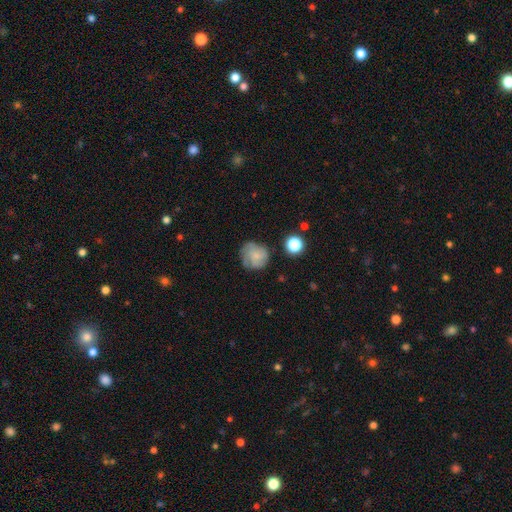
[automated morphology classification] A smooth galaxy with no disk features (49%).

Vote fractions:
- Smooth or featured? smooth: 49% / featured or disk: 41% / star or artifact: 10%
- Merging? none: 68% / minor disturbance: 21% / major disturbance: 8% / merger: 3%